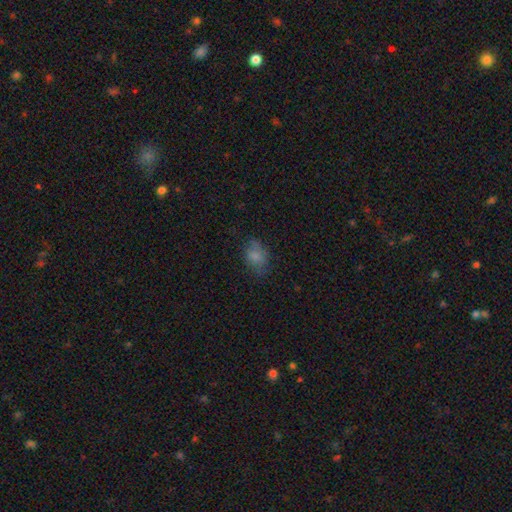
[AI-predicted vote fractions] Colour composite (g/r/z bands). It shows a smooth galaxy with no disk features (76%) that is in between round and cigar-shaped (72%). Merging: none (60%).